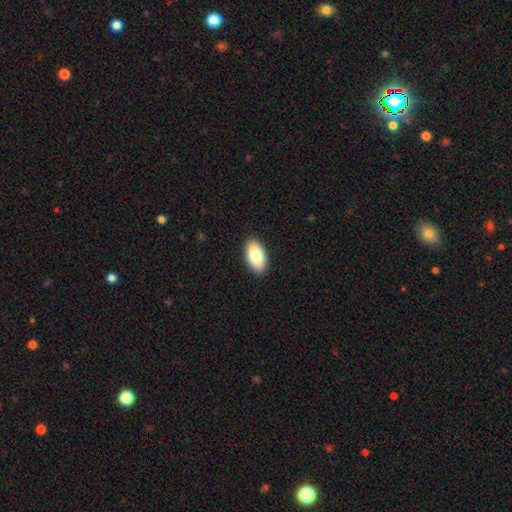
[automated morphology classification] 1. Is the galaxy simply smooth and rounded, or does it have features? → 81% smooth, 12% featured or disk, 6% star or artifact.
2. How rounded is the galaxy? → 95% in between, 3% round, 2% cigar-shaped.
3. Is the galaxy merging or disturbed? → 90% none, 7% minor disturbance, 2% major disturbance, 1% merger.